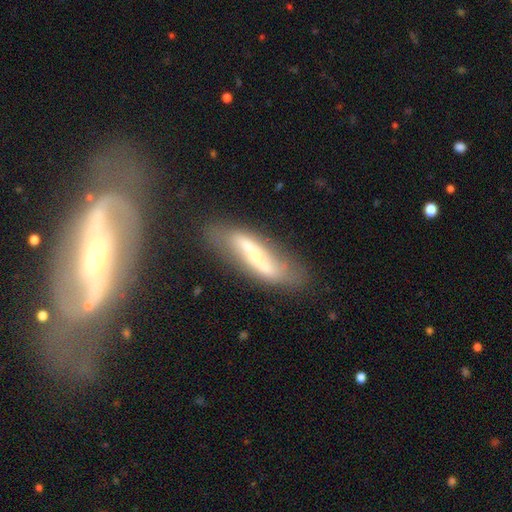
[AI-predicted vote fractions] This is likely a featured or disk galaxy (63%). It is likely not viewed edge-on (71%). Merging: likely none (62%).